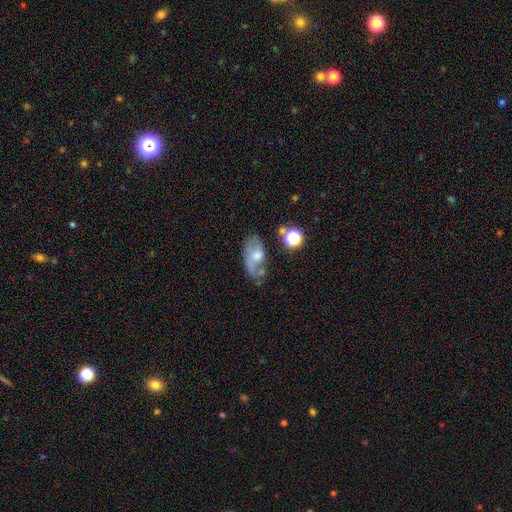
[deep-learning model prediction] The model was most divided on "smooth or featured": featured or disk: 47%, smooth: 43%, star or artifact: 10%. Remaining: merging — none (44%).